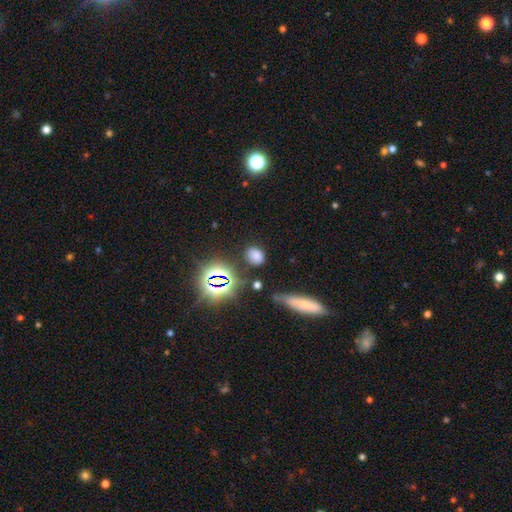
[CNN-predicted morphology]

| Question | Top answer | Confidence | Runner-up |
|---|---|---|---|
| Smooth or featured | smooth | 69% | star or artifact (24%) |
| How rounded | in between | 61% | round (36%) |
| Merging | none | 79% | minor disturbance (13%) |